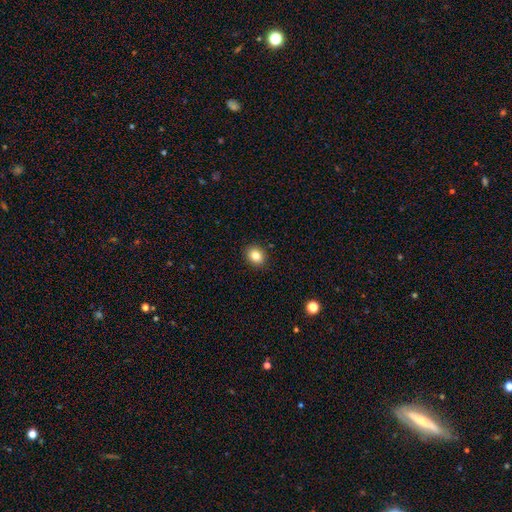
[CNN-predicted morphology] This is clearly a smooth galaxy (83%). How rounded: likely round (61%). Merging: clearly none (90%).